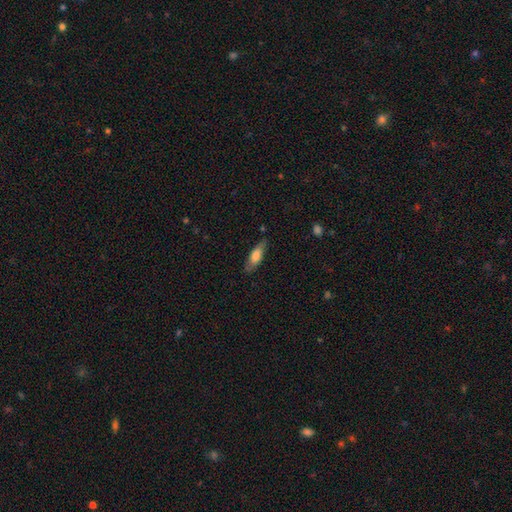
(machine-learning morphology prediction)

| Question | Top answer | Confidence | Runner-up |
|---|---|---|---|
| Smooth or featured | smooth | 68% | featured or disk (25%) |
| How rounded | in between | 51% | cigar-shaped (46%) |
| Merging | none | 75% | minor disturbance (19%) |